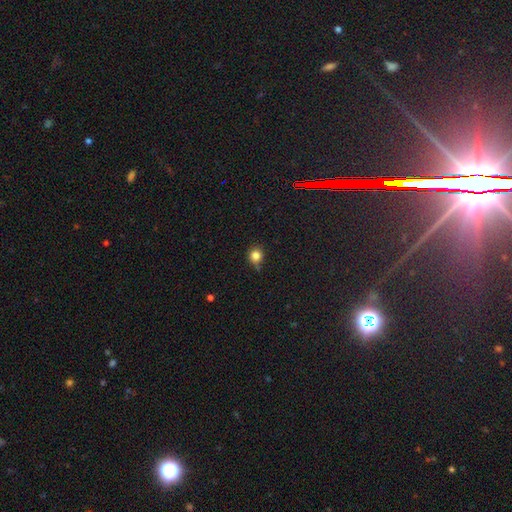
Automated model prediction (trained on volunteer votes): smooth_or_featured: smooth (p=0.82) [alt: star or artifact p=0.13]
how_rounded: round (p=0.88) [alt: in between p=0.11]
merging: none (p=0.73) [alt: minor disturbance p=0.19]